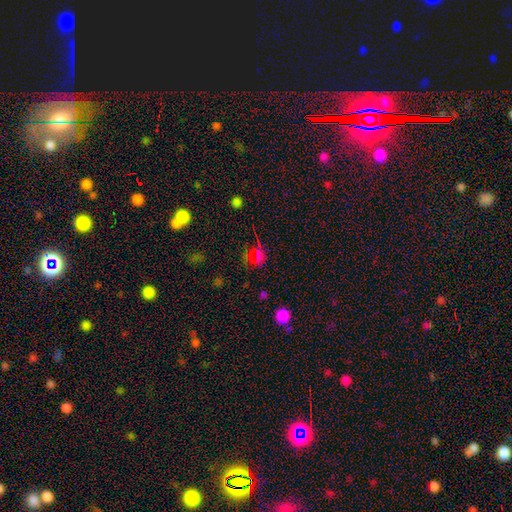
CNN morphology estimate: Smooth or featured?
  - smooth: 52% *
  - star or artifact: 38%
  - featured or disk: 10%
How rounded?
  - round: 66% *
  - in between: 31%
  - cigar-shaped: 3%
Merging?
  - none: 65% *
  - minor disturbance: 17%
  - major disturbance: 12%
  - merger: 6%